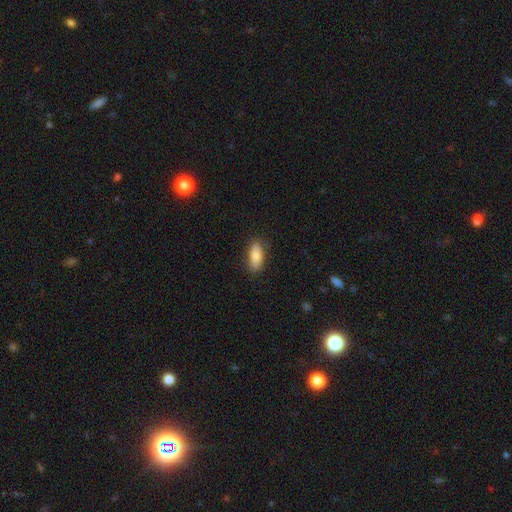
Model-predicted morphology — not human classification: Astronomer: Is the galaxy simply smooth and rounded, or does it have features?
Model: smooth — 82%.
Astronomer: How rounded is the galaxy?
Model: in between — 78%.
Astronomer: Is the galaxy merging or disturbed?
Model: none — 84%.